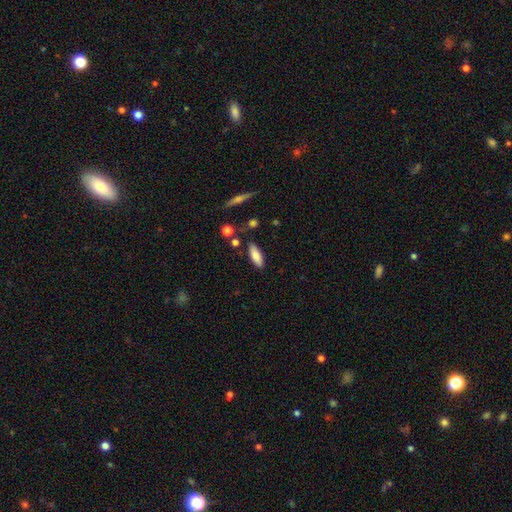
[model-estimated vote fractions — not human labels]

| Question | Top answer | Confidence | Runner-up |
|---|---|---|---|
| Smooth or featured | smooth | 79% | featured or disk (14%) |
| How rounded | in between | 66% | cigar-shaped (32%) |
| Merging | none | 81% | minor disturbance (12%) |